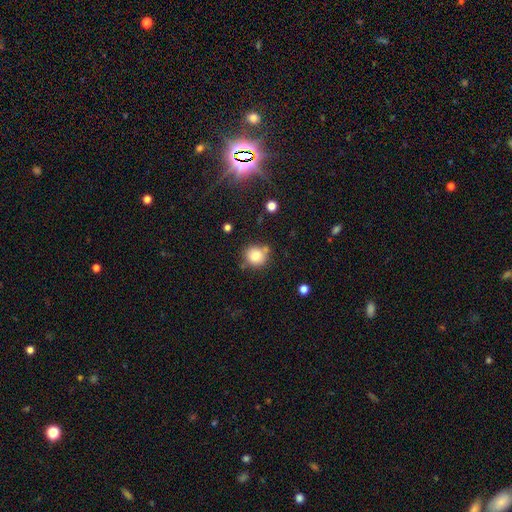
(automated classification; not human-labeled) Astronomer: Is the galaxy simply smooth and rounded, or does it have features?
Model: smooth — 79%.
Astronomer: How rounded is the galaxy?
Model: round — 87%.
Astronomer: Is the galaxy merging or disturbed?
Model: none — 70%.